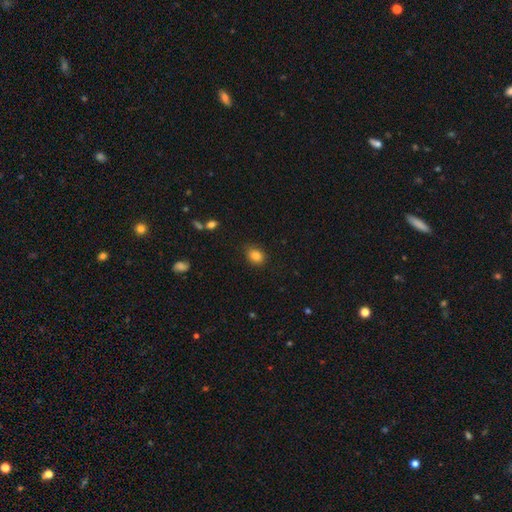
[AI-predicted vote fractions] Smooth or featured? Predicted: smooth (p=0.84). How rounded? Predicted: in between (p=0.50). Merging? Predicted: none (p=0.79).